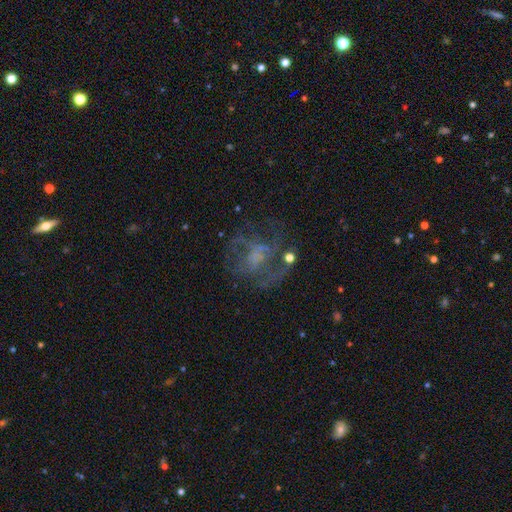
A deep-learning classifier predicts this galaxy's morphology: Overall: featured or disk (62%). Edge-on disk: no (97%). Bar: no (66%; weak 27%). Spiral arms: yes (57%; no 43%). Bulge size: none (48%; small 23%). Merging: none (54%; major disturbance 26%).